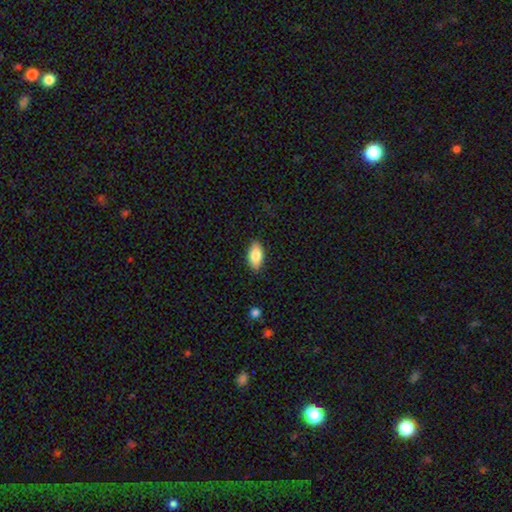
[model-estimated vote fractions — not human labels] A smooth galaxy with no disk features (84%) that is in between round and cigar-shaped (91%).

Vote fractions:
- Smooth or featured? smooth: 84% / featured or disk: 9% / star or artifact: 7%
- How rounded? in between: 91% / cigar-shaped: 6% / round: 3%
- Merging? none: 87% / minor disturbance: 10% / major disturbance: 2% / merger: 1%